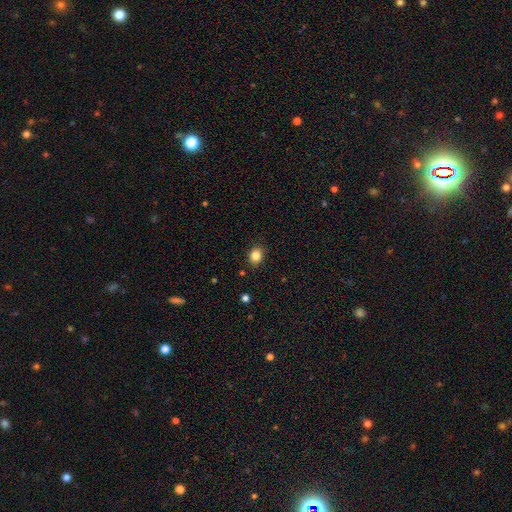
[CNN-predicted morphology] Smooth or featured? smooth (84%)
How rounded? round (56%)
Merging? none (88%)